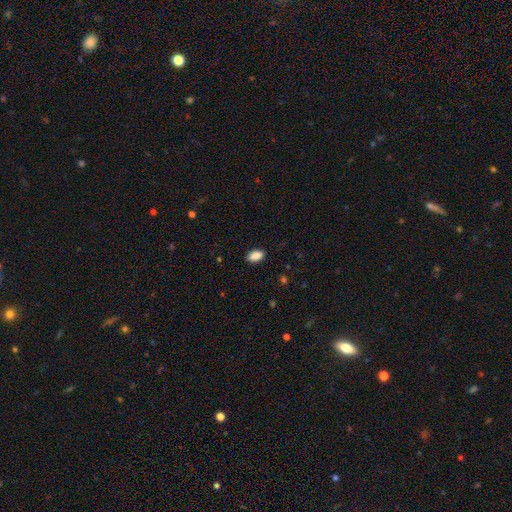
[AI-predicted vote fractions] Smooth or featured: smooth — 89% (star or artifact — 7%)
How rounded: in between — 92% (cigar-shaped — 4%)
Merging: none — 88% (minor disturbance — 9%)